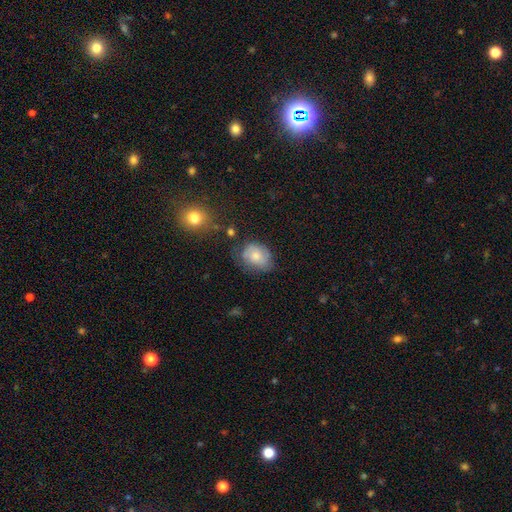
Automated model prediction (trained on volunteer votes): Smooth or featured? Predicted: smooth (p=0.64). How rounded? Predicted: in between (p=0.56). Merging? Predicted: none (p=0.58).